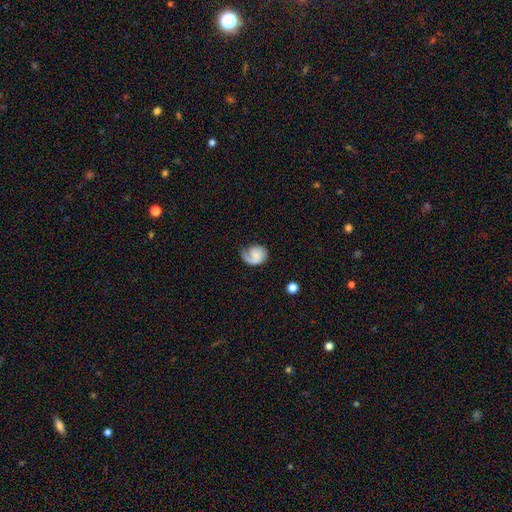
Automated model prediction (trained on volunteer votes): A featured or disk galaxy (59%) with no bar (71%), 1 (80%) tight (40%) spiral arms (92%) and a small central bulge (47%). Merging: none (54%).